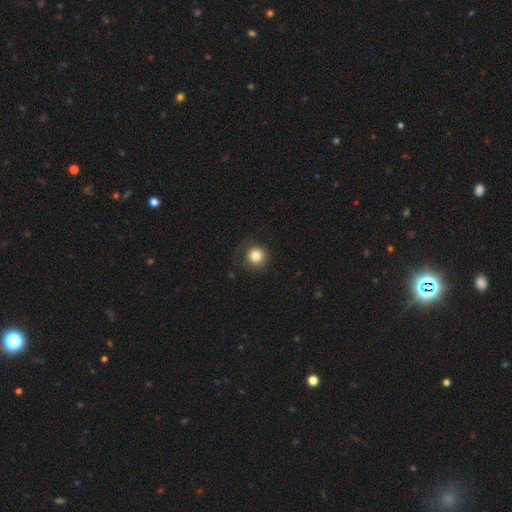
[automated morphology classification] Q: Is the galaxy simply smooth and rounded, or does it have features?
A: smooth — 85%.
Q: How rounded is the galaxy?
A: round — 94%.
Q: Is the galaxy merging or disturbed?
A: none — 85%.